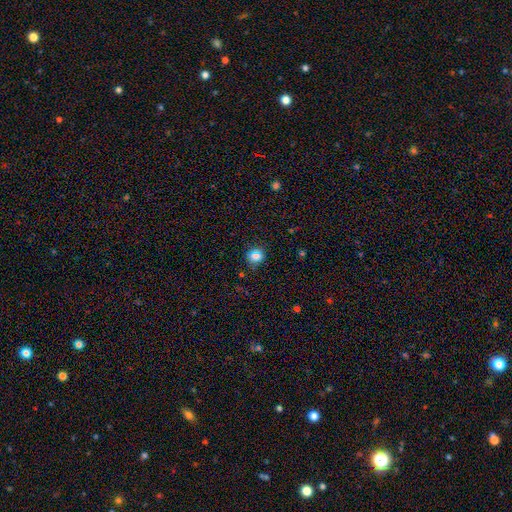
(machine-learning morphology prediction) Overall: smooth (70%). How rounded: round (76%). Merging: none (86%).